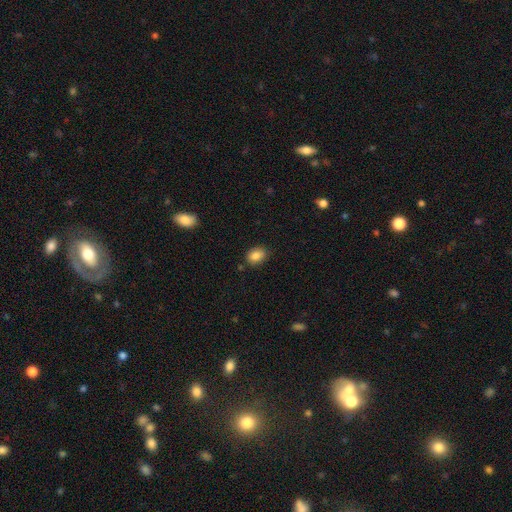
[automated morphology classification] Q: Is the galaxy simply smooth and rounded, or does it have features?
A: smooth — 85%.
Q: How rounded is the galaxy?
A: in between — 63%.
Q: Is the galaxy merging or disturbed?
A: none — 83%.